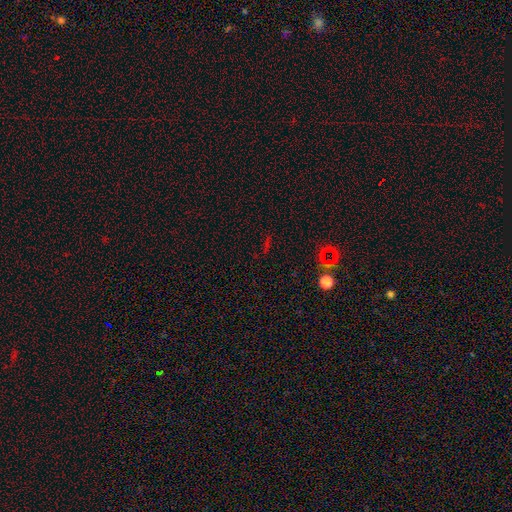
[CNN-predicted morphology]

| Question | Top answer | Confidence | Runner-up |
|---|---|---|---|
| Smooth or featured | star or artifact | 66% | smooth (23%) |